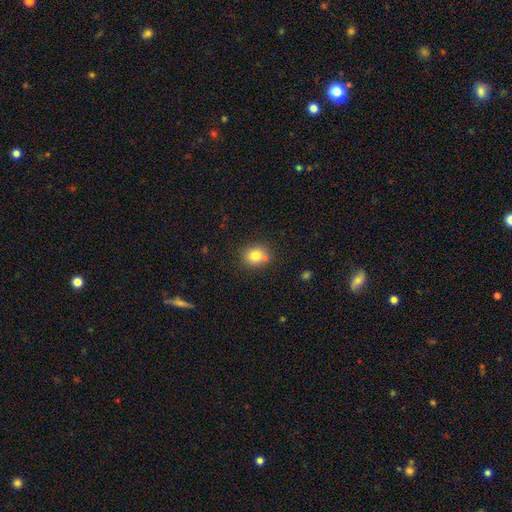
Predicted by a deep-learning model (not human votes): Morphology: type=smooth (79%); roundness=round (76%); merging=none (73%).